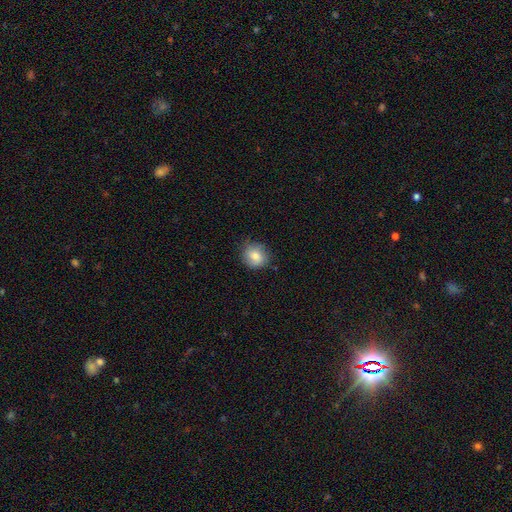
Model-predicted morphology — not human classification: Q: Smooth or featured?
A: smooth (81%); runner-up: featured or disk (10%)
Q: How rounded?
A: round (80%); runner-up: in between (19%)
Q: Merging?
A: none (77%); runner-up: minor disturbance (18%)